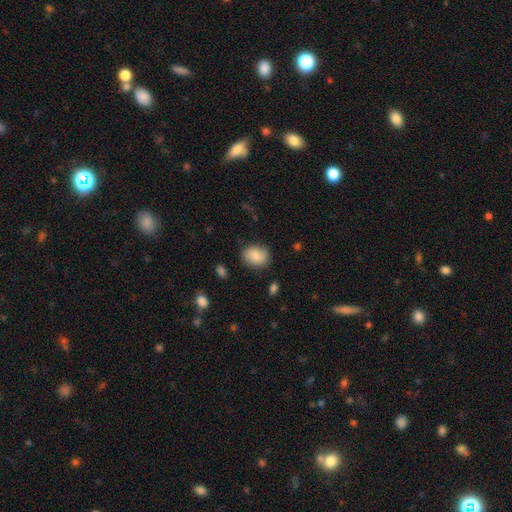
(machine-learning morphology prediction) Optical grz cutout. It shows a smooth galaxy with no disk features (78%) that is in between round and cigar-shaped (55%). Merging: none (79%).